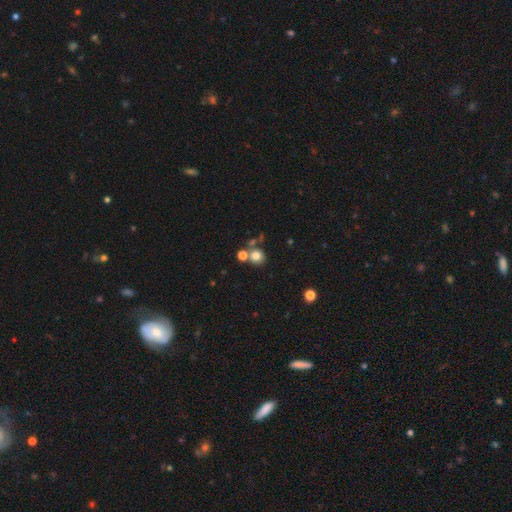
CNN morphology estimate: type=smooth (77%); roundness=round (84%); merging=none (61%).